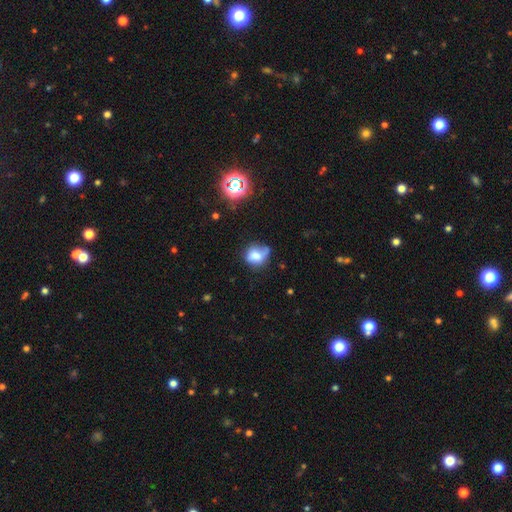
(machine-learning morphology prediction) This appears to be a smooth galaxy with no disk features (68%) that is round (68%). Merging: none (43%).